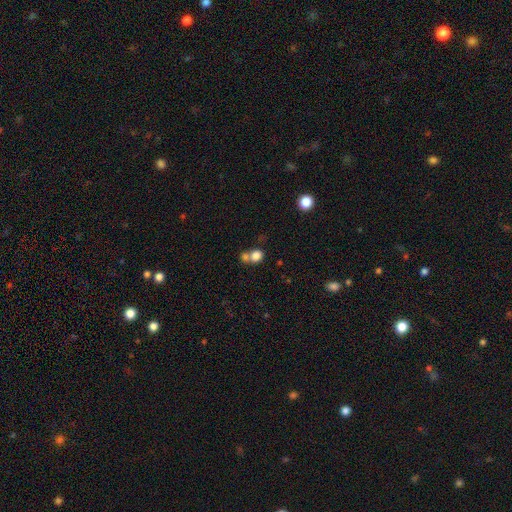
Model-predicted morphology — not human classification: Smooth or featured?
  - smooth: 80% *
  - star or artifact: 11%
  - featured or disk: 9%
How rounded?
  - round: 68% *
  - in between: 31%
  - cigar-shaped: 1%
Merging?
  - merger: 50% *
  - none: 38%
  - minor disturbance: 8%
  - major disturbance: 5%